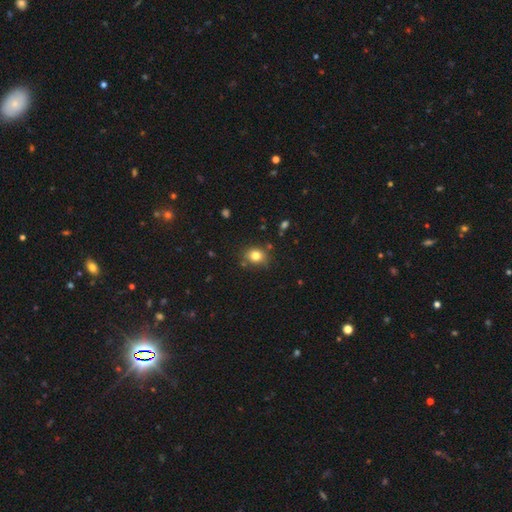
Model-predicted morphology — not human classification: smooth 80%, star or artifact 12%, featured or disk 8%. Down the decision tree: how rounded — round (62%); merging — none (79%).